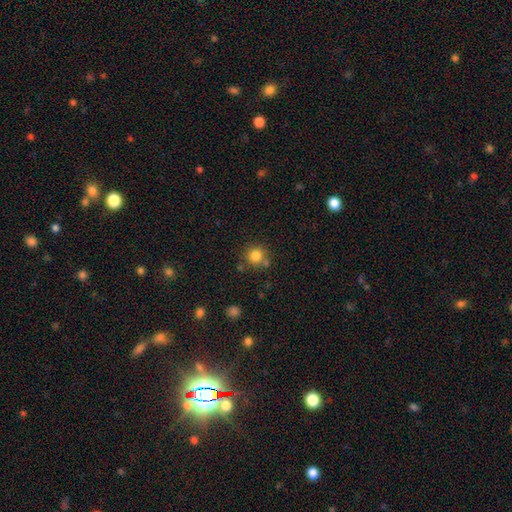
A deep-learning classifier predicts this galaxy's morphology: smooth-or-featured: smooth: 81% | star or artifact: 12% | featured or disk: 7%
  how-rounded: round: 92% | in between: 7% | cigar-shaped: 1%
  merging: none: 73% | merger: 13% | minor disturbance: 10% | major disturbance: 4%